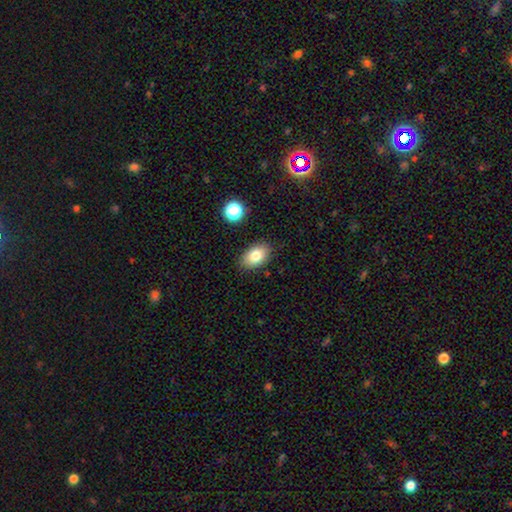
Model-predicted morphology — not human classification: Smooth or featured?
  - smooth: 81% *
  - featured or disk: 10%
  - star or artifact: 9%
How rounded?
  - in between: 88% *
  - round: 11%
  - cigar-shaped: 1%
Merging?
  - none: 86% *
  - minor disturbance: 10%
  - major disturbance: 2%
  - merger: 2%